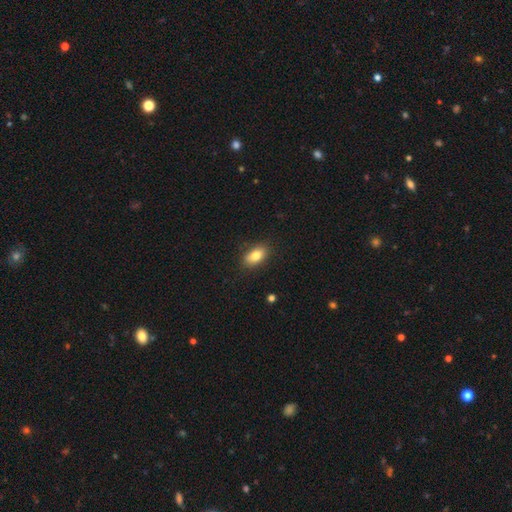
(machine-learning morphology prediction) smooth_or_featured: smooth (p=0.81) [alt: featured or disk p=0.11]
how_rounded: in between (p=0.88) [alt: round p=0.08]
merging: none (p=0.84) [alt: minor disturbance p=0.12]